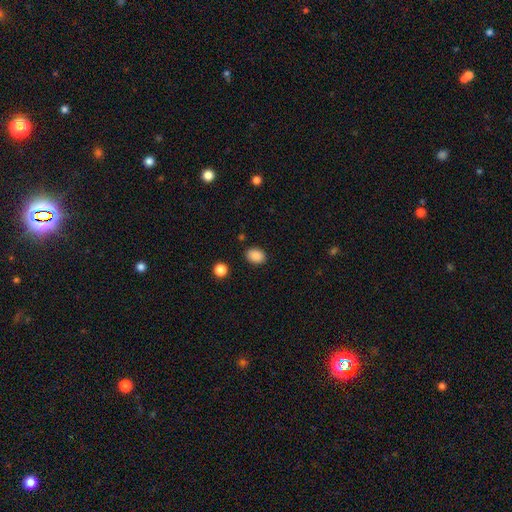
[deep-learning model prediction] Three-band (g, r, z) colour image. It shows a smooth galaxy with no disk features (88%) that is in between round and cigar-shaped (66%). Merging: none (87%).